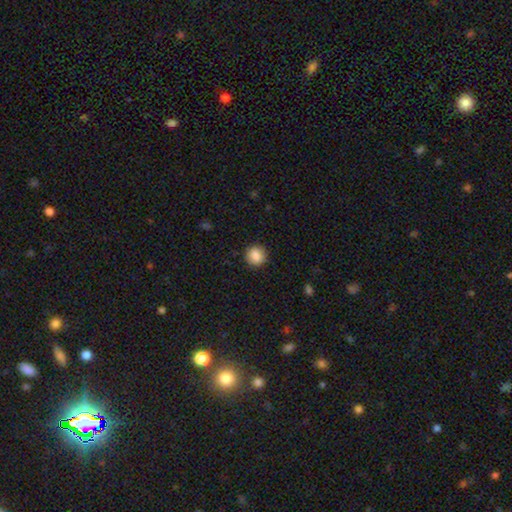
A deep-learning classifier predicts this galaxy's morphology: Smooth or featured? Predicted: smooth (p=0.87). How rounded? Predicted: round (p=0.89). Merging? Predicted: none (p=0.89).